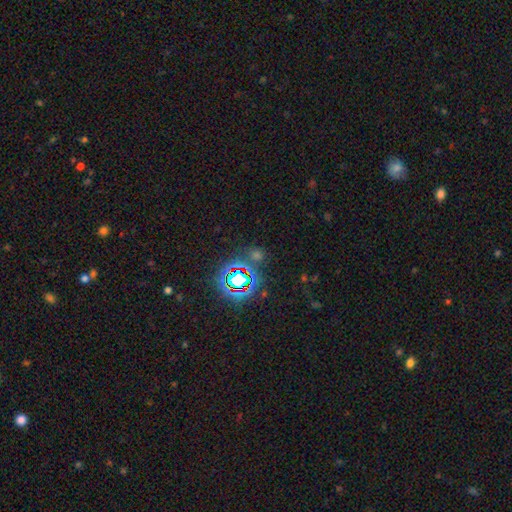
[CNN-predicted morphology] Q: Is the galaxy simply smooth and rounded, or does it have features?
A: star or artifact — 63%.